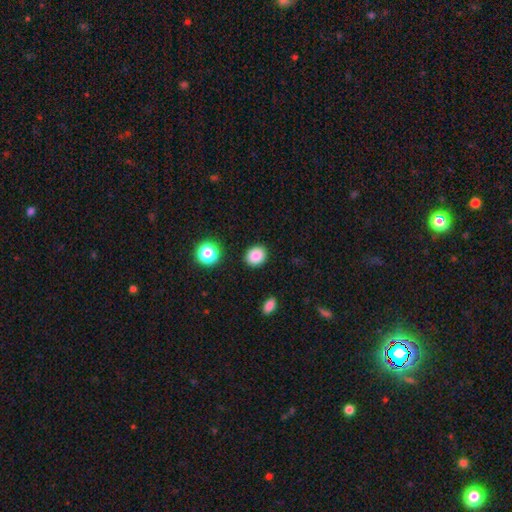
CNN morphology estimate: This appears to be a smooth galaxy with no disk features (86%) that is round (67%). Merging: none (89%).